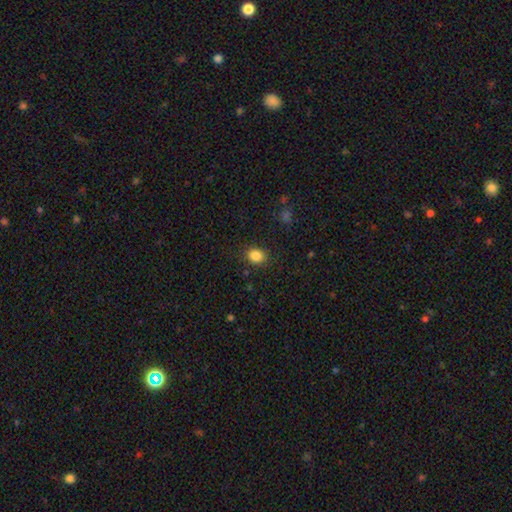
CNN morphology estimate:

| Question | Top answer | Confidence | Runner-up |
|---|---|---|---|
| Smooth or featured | smooth | 85% | star or artifact (11%) |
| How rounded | round | 67% | in between (32%) |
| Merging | none | 88% | minor disturbance (8%) |